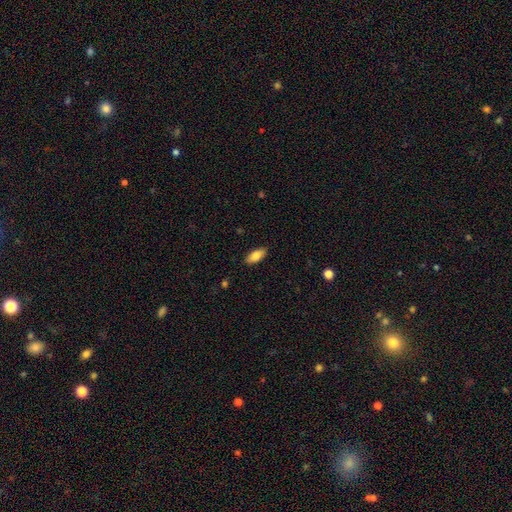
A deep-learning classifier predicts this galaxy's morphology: Smooth or featured: smooth — 84% (featured or disk — 9%)
How rounded: in between — 87% (cigar-shaped — 11%)
Merging: none — 88% (minor disturbance — 9%)